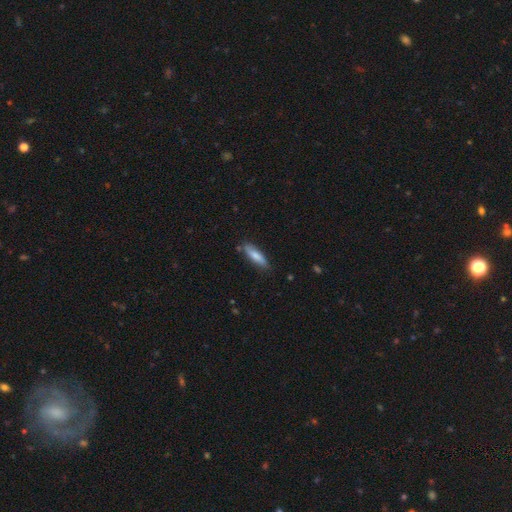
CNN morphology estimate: smooth-or-featured: smooth: 74% | featured or disk: 20% | star or artifact: 6%
  how-rounded: cigar-shaped: 65% | in between: 33% | round: 2%
  merging: none: 81% | minor disturbance: 14% | merger: 3% | major disturbance: 2%